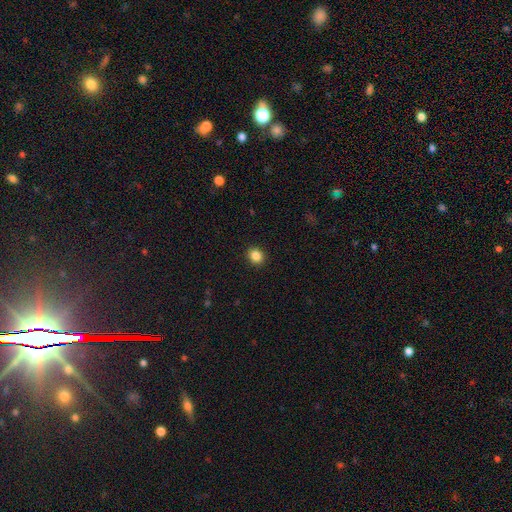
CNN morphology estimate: smooth_or_featured: smooth (p=0.86) [alt: star or artifact p=0.10]
how_rounded: round (p=0.67) [alt: in between p=0.32]
merging: none (p=0.91) [alt: minor disturbance p=0.06]